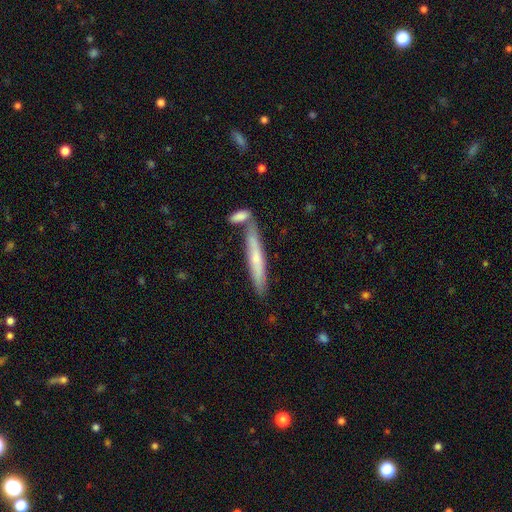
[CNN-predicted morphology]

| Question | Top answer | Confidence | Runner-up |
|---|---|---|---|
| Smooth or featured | smooth | 50% | featured or disk (44%) |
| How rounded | cigar-shaped | 93% | in between (5%) |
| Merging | none | 67% | merger (18%) |